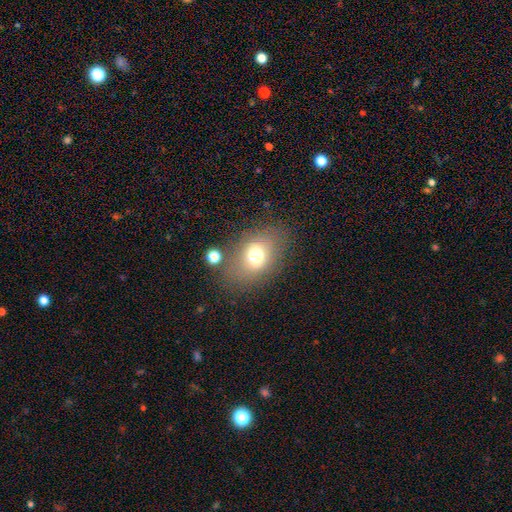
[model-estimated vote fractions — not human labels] A smooth galaxy with no disk features (66%) that is in between round and cigar-shaped (70%).

Vote fractions:
- Smooth or featured? smooth: 66% / featured or disk: 21% / star or artifact: 13%
- How rounded? in between: 70% / round: 29% / cigar-shaped: 1%
- Merging? none: 71% / minor disturbance: 15% / major disturbance: 7% / merger: 7%